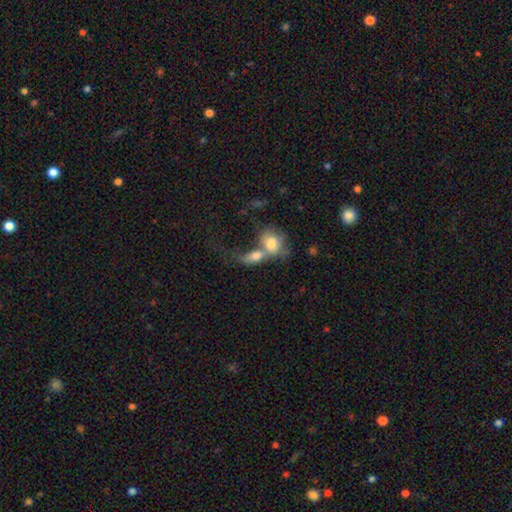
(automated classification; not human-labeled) Smooth or featured?
  - smooth: 71% *
  - featured or disk: 21%
  - star or artifact: 9%
How rounded?
  - in between: 73% *
  - round: 22%
  - cigar-shaped: 5%
Merging?
  - merger: 72% *
  - none: 13%
  - major disturbance: 9%
  - minor disturbance: 7%